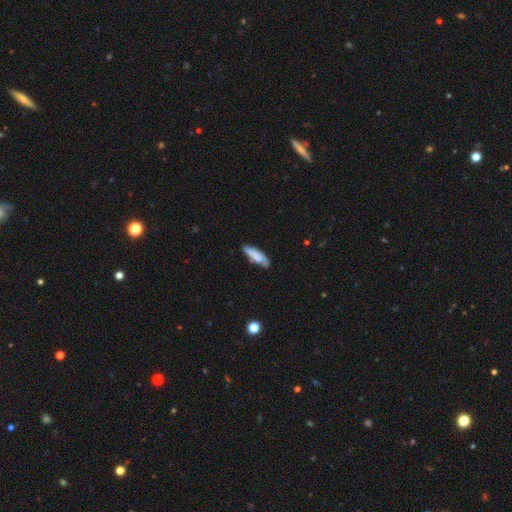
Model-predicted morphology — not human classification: Smooth or featured? smooth (74%)
How rounded? cigar-shaped (60%)
Merging? none (67%)